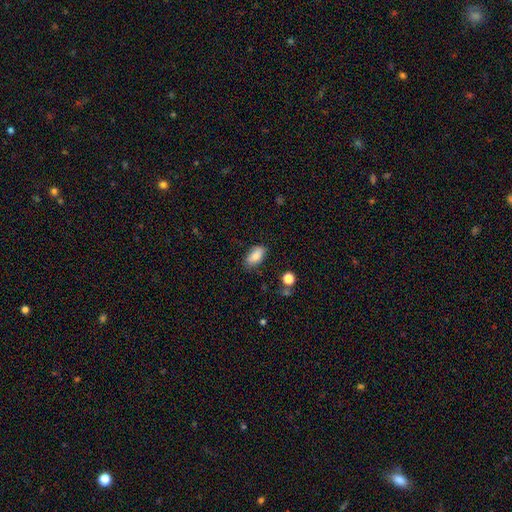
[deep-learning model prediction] smooth 84%, featured or disk 8%, star or artifact 8%. Down the decision tree: how rounded — in between (92%); merging — none (79%).